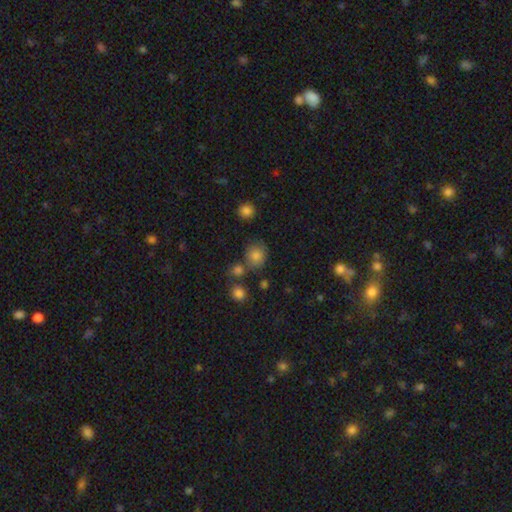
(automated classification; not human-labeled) Smooth or featured? smooth (80%)
How rounded? round (79%)
Merging? none (70%)